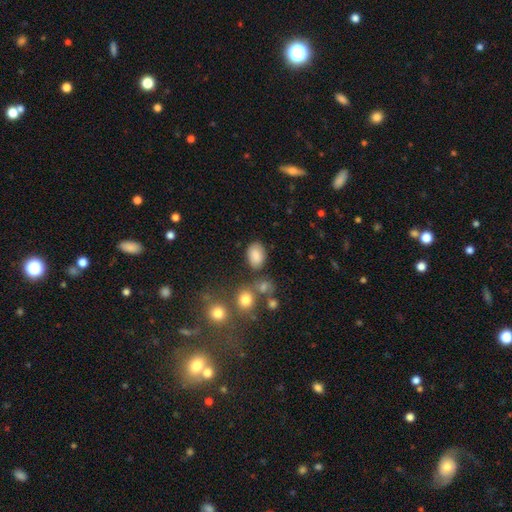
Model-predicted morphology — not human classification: smooth 84%, star or artifact 9%, featured or disk 7%. Down the decision tree: how rounded — in between (81%); merging — none (74%).